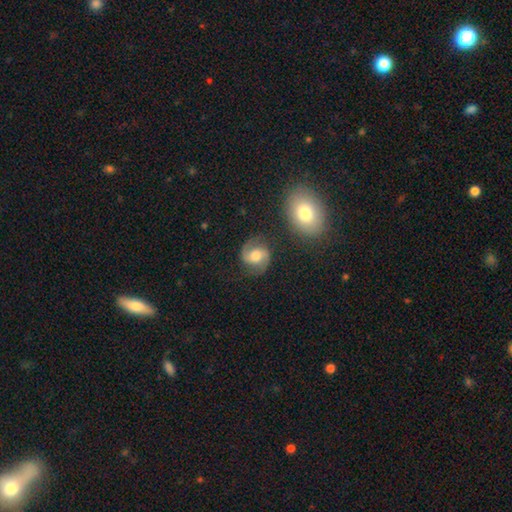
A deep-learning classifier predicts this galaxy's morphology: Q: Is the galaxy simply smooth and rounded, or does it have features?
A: featured or disk — 77%.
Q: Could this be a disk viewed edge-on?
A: no — 98%.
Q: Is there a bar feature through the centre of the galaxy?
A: no — 47%.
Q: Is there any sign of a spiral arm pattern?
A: yes — 95%.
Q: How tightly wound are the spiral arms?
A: medium — 55%.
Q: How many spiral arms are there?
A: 2 — 93%.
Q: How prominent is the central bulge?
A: moderate — 69%.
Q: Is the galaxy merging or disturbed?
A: none — 80%.